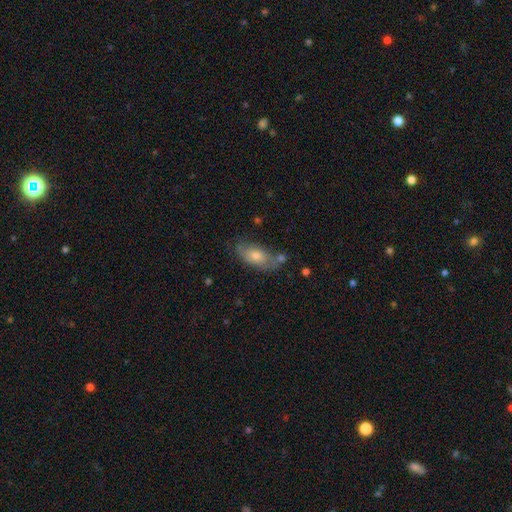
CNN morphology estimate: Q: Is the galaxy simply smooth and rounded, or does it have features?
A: smooth — 56%.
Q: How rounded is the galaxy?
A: in between — 84%.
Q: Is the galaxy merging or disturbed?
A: none — 58%.